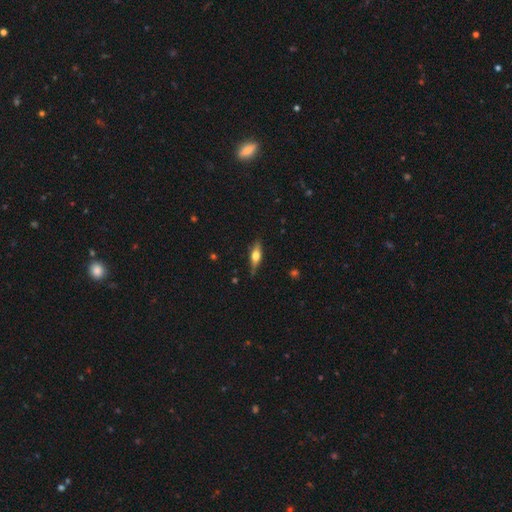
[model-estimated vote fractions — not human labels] Overall: featured or disk (51%; smooth 43%). Edge-on disk: yes (91%). Merging: none (80%).